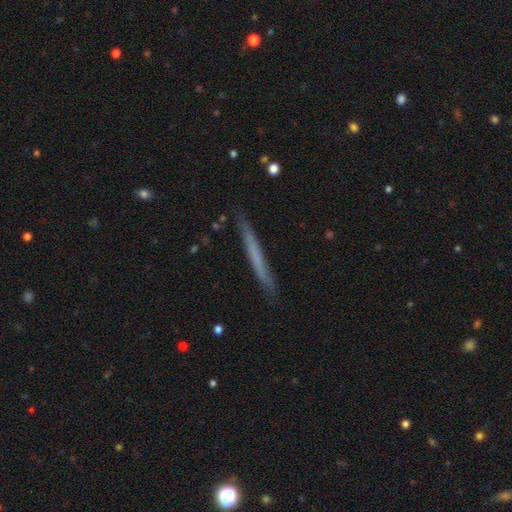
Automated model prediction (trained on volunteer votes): Smooth or featured: smooth — 51% (featured or disk — 42%)
How rounded: cigar-shaped — 97% (in between — 2%)
Merging: none — 88% (minor disturbance — 9%)